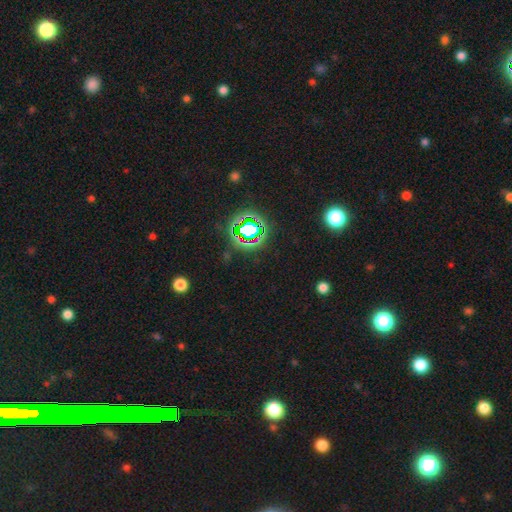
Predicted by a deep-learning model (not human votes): A star or artifact, not a galaxy (78%).

Vote fractions:
- Smooth or featured? star or artifact: 78% / smooth: 15% / featured or disk: 8%